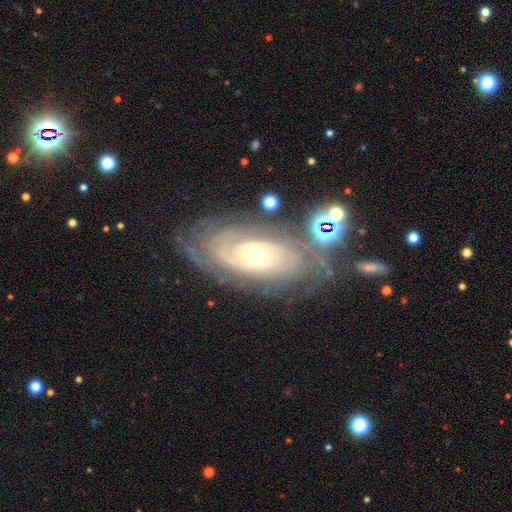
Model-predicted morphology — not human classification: A featured or disk galaxy (84%) with no bar (73%), tight (76%) spiral arms (93%) and a moderate central bulge (68%). Merging: none (65%).